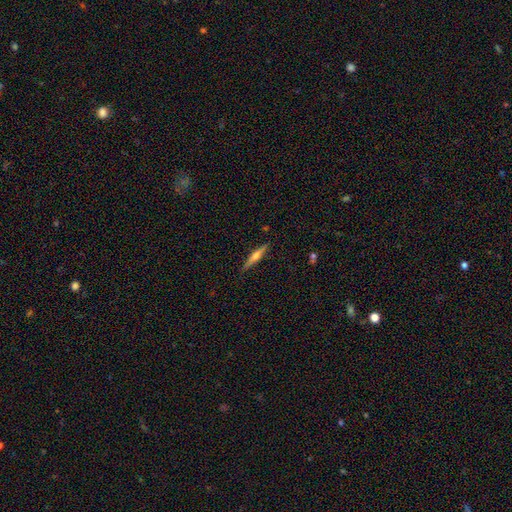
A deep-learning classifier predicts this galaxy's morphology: This appears to be a featured or disk galaxy (65%) viewed edge-on (98%) with a rounded central bulge (90%). Merging: none (89%).